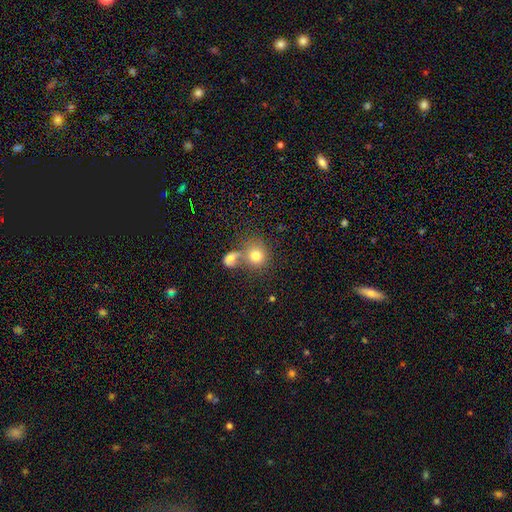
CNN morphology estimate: This appears to be a smooth galaxy with no disk features (76%) that is round (81%). Merging: none (44%).